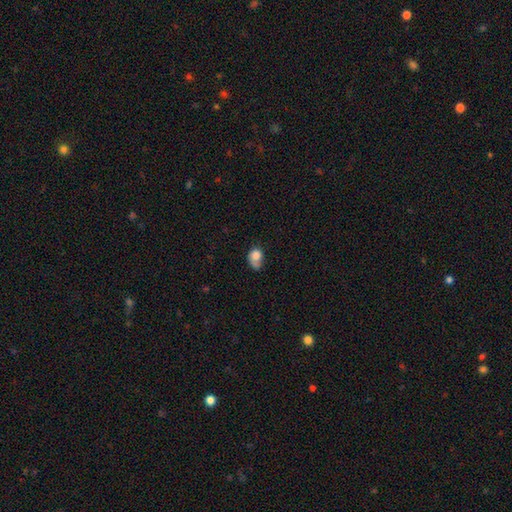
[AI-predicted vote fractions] Smooth or featured?
  - smooth: 76% *
  - featured or disk: 14%
  - star or artifact: 9%
How rounded?
  - in between: 55% *
  - round: 43%
  - cigar-shaped: 1%
Merging?
  - minor disturbance: 33% *
  - none: 32%
  - major disturbance: 23%
  - merger: 12%